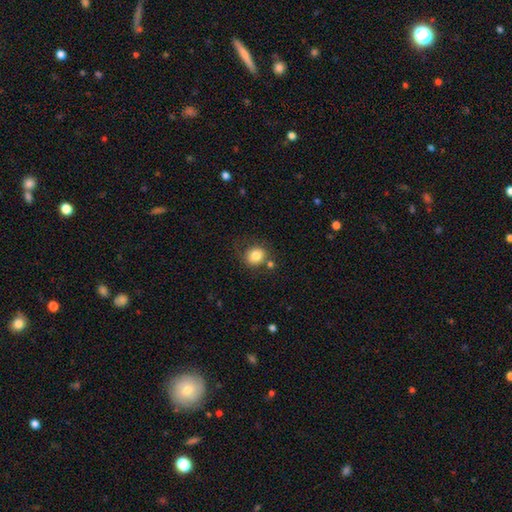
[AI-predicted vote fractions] Morphology: type=smooth (81%); roundness=round (77%); merging=none (67%).